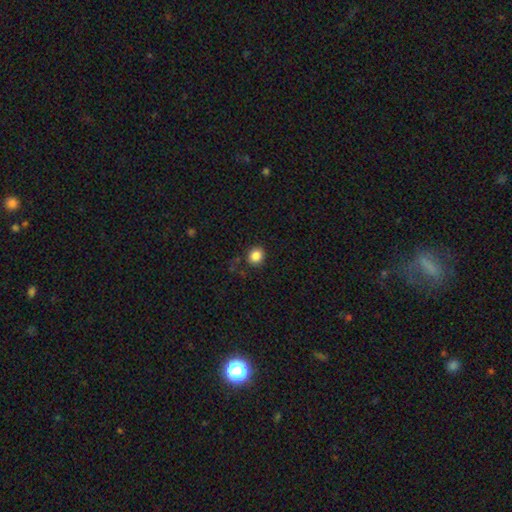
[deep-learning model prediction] A smooth galaxy with no disk features (86%) that is round (81%).

Vote fractions:
- Smooth or featured? smooth: 86% / star or artifact: 10% / featured or disk: 4%
- How rounded? round: 81% / in between: 18% / cigar-shaped: 1%
- Merging? none: 85% / minor disturbance: 9% / major disturbance: 3% / merger: 2%